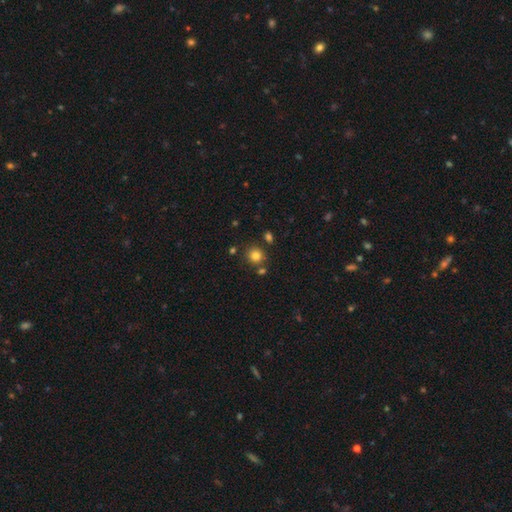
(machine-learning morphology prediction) Smooth or featured? Predicted: smooth (p=0.81). How rounded? Predicted: round (p=0.89). Merging? Predicted: none (p=0.79).